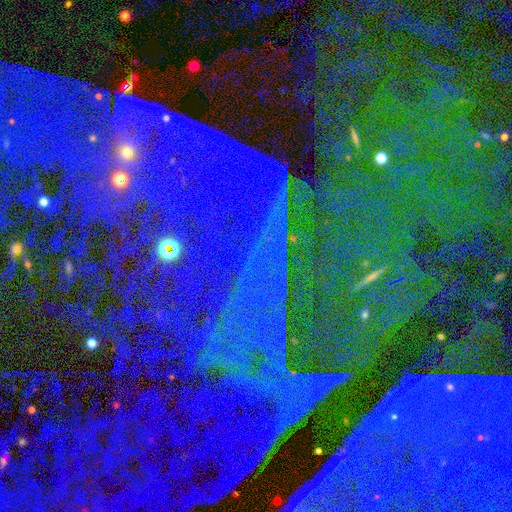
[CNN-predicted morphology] smooth-or-featured: star or artifact: 88% | featured or disk: 6% | smooth: 6%